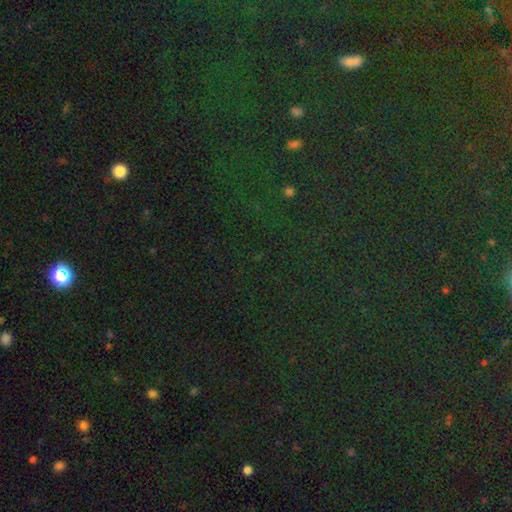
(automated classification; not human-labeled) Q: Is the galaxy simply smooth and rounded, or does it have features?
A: star or artifact — 81%.